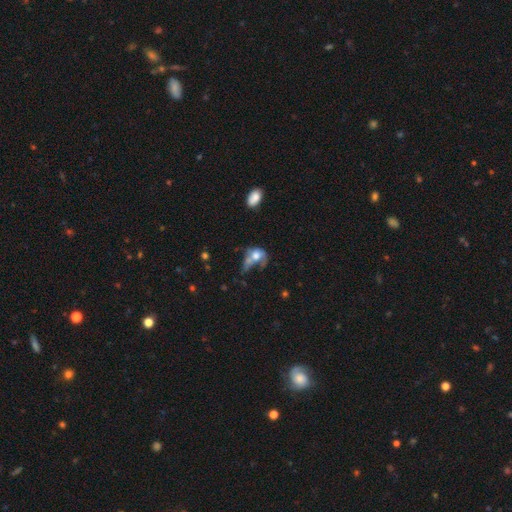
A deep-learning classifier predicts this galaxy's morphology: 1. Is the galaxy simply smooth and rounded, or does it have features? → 55% smooth, 34% featured or disk, 10% star or artifact.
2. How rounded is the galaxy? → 62% in between, 36% round, 2% cigar-shaped.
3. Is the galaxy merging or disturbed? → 42% major disturbance, 26% merger, 17% none, 15% minor disturbance.